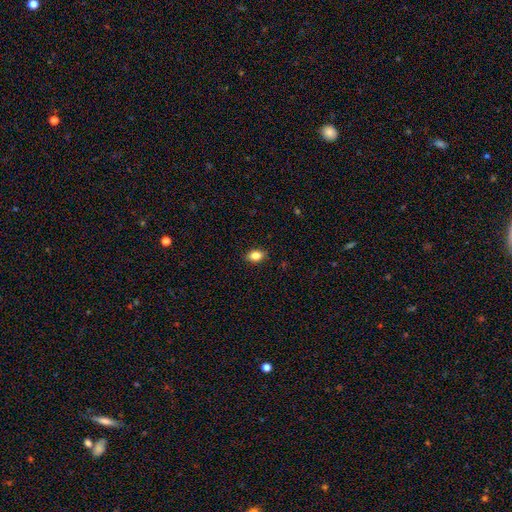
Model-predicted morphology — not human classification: A smooth galaxy with no disk features (84%) that is in between round and cigar-shaped (80%).

Vote fractions:
- Smooth or featured? smooth: 84% / star or artifact: 9% / featured or disk: 7%
- How rounded? in between: 80% / round: 18% / cigar-shaped: 2%
- Merging? none: 89% / minor disturbance: 8% / major disturbance: 2% / merger: 1%